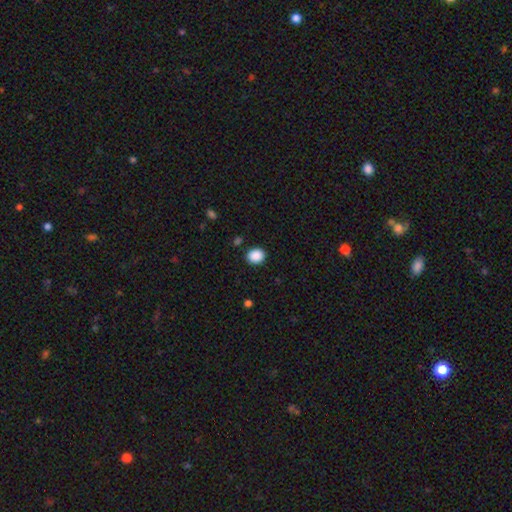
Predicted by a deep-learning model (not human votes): Smooth or featured? smooth (89%)
How rounded? round (67%)
Merging? none (88%)